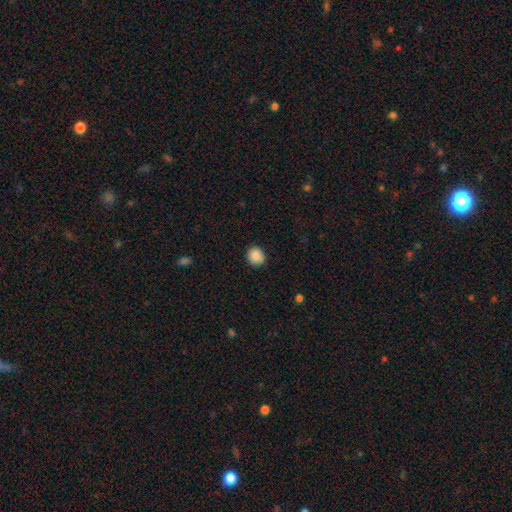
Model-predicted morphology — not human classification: A smooth galaxy with no disk features (88%) that is round (81%). Merging: none (84%).